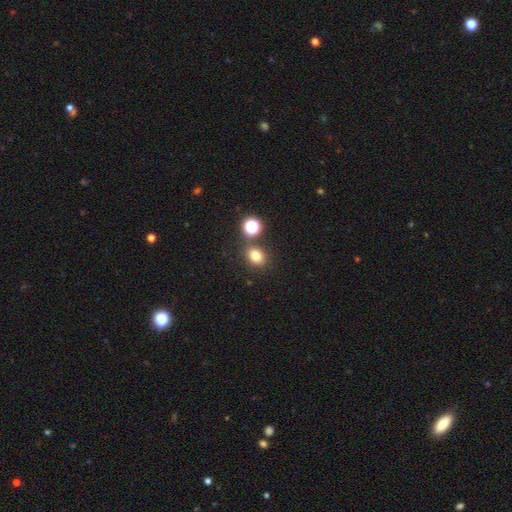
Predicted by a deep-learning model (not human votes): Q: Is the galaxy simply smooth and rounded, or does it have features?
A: smooth — 77%.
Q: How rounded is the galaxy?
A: round — 59%.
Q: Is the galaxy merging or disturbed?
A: none — 76%.